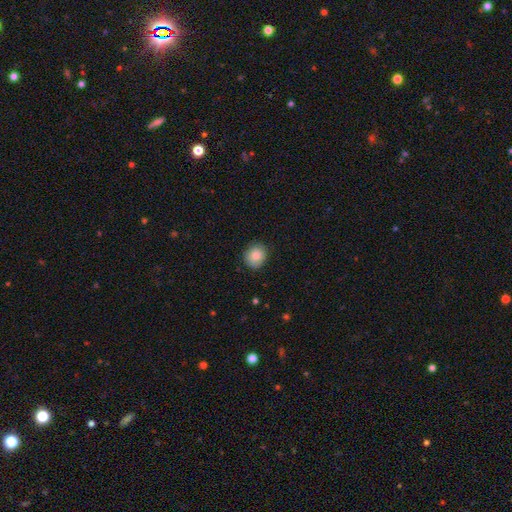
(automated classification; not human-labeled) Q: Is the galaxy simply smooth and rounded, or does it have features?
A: smooth — 85%.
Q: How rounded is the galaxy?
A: round — 79%.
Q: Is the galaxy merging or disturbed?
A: none — 84%.